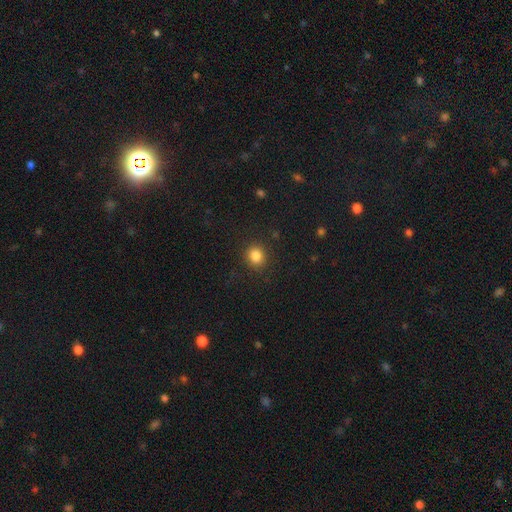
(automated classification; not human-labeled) This appears to be a smooth galaxy with no disk features (84%) that is round (79%). Merging: none (89%).